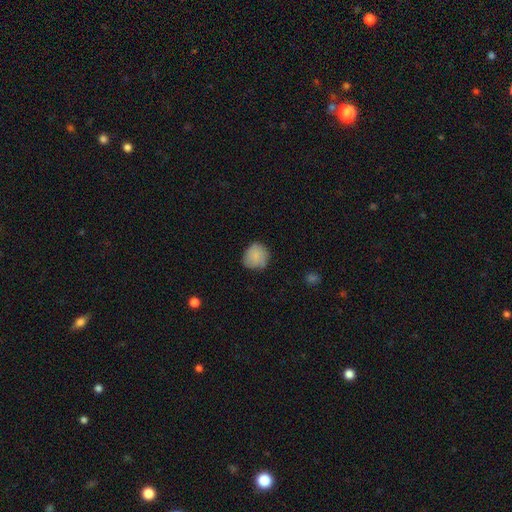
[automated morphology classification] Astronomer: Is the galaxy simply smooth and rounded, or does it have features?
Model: smooth — 82%.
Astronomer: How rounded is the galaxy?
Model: round — 83%.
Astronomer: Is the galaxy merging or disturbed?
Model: none — 71%.